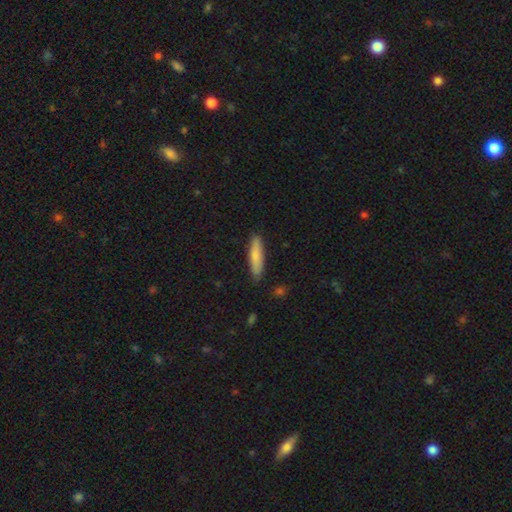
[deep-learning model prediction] The model was most divided on "how rounded": cigar-shaped: 79%, in between: 20%, round: 2%. More confident: merging — none (88%); smooth or featured — smooth (78%).